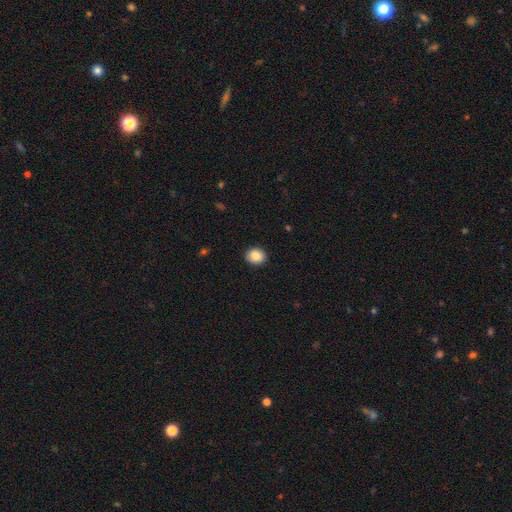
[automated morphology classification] smooth 86%, star or artifact 8%, featured or disk 6%. Down the decision tree: how rounded — round (67%); merging — none (91%).